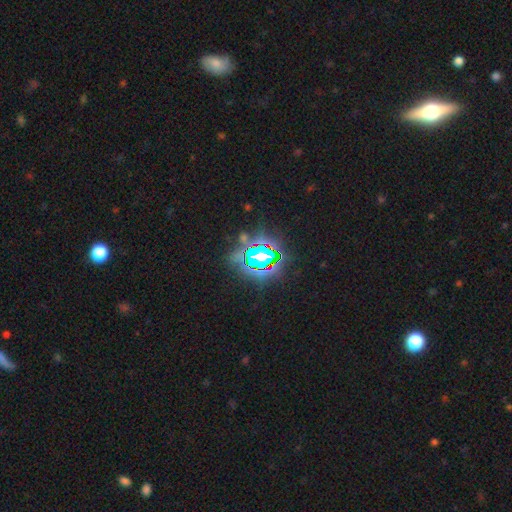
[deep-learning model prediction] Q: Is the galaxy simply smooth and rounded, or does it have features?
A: star or artifact — 78%.